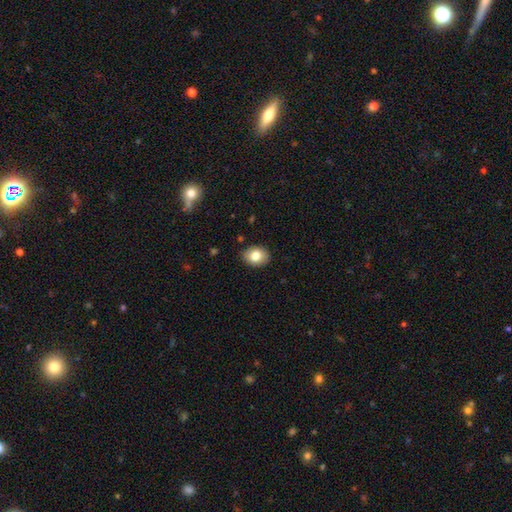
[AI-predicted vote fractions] Morphology: type=smooth (81%); roundness=in between (64%); merging=none (87%).